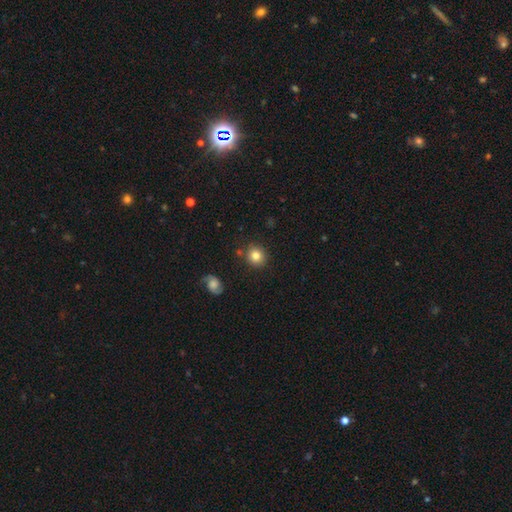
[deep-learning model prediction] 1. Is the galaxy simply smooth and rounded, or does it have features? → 82% smooth, 9% featured or disk, 9% star or artifact.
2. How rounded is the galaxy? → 87% round, 12% in between, 1% cigar-shaped.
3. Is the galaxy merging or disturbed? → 85% none, 8% minor disturbance, 4% merger, 2% major disturbance.